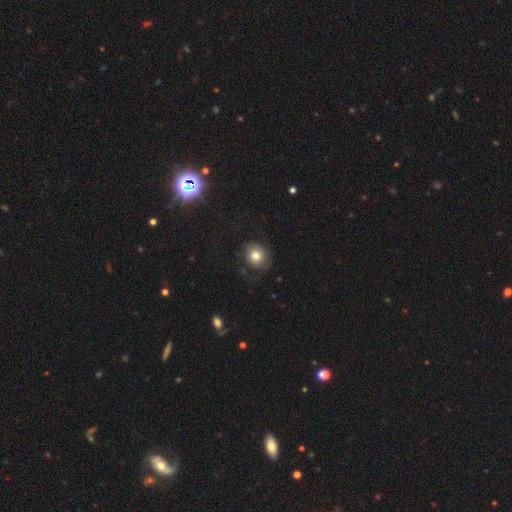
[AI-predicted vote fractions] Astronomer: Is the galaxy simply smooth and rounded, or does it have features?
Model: smooth — 78%.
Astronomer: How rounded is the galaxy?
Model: round — 79%.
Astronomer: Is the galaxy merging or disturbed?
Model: none — 73%.